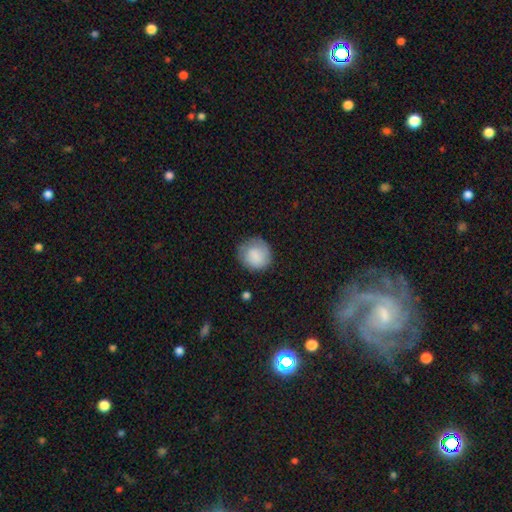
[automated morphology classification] This appears to be a smooth galaxy with no disk features (82%) that is round (86%). Merging: none (72%).